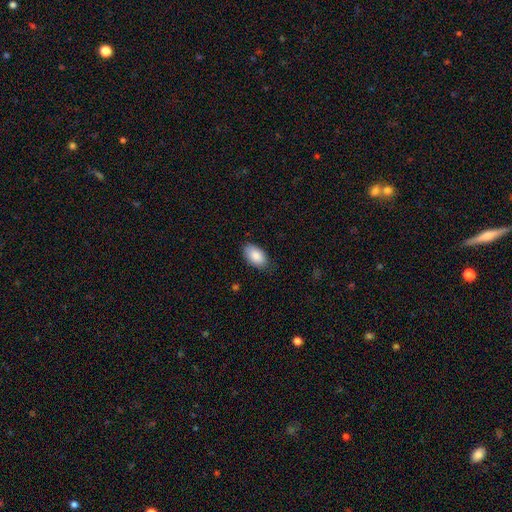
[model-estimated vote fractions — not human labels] The model was most divided on "merging": none: 81%, minor disturbance: 15%, major disturbance: 3%, merger: 1%. More confident: how rounded — in between (95%); smooth or featured — smooth (87%).